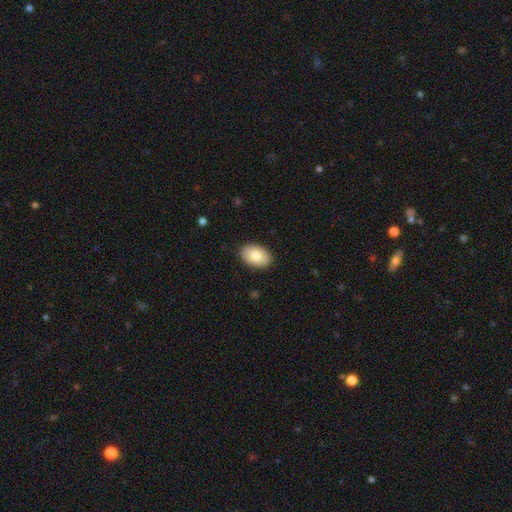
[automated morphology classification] Smooth or featured?
  - smooth: 79% *
  - featured or disk: 14%
  - star or artifact: 7%
How rounded?
  - in between: 87% *
  - round: 12%
  - cigar-shaped: 1%
Merging?
  - none: 89% *
  - minor disturbance: 8%
  - major disturbance: 2%
  - merger: 1%